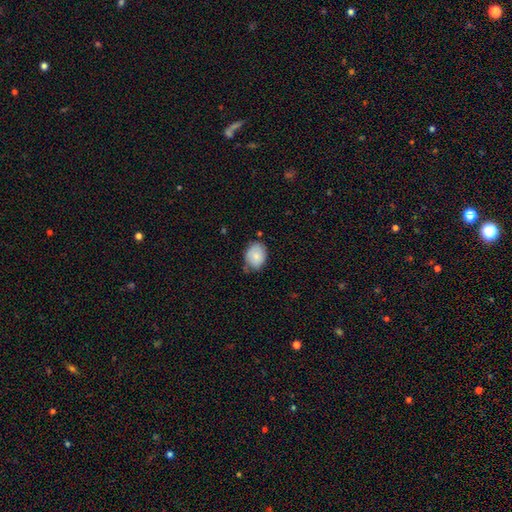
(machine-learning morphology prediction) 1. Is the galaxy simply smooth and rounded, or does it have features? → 81% smooth, 12% featured or disk, 7% star or artifact.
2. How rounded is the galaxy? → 60% in between, 39% round, 1% cigar-shaped.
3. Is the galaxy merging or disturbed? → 61% none, 30% minor disturbance, 5% major disturbance, 4% merger.